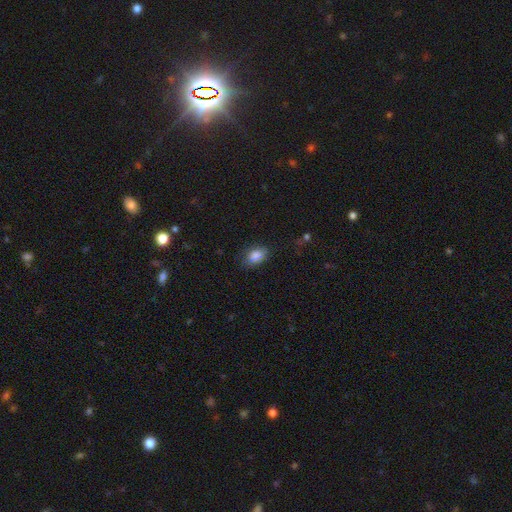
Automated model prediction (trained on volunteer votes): Smooth or featured? smooth (86%)
How rounded? in between (86%)
Merging? none (74%)